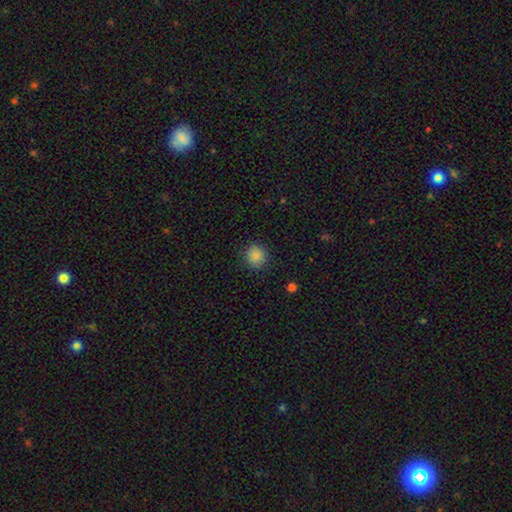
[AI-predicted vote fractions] Smooth or featured? smooth (87%)
How rounded? round (91%)
Merging? none (90%)